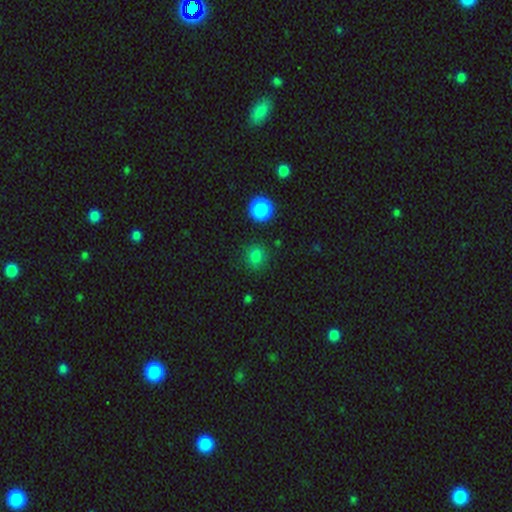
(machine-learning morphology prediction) smooth_or_featured: smooth (p=0.81) [alt: star or artifact p=0.15]
how_rounded: round (p=0.78) [alt: in between p=0.21]
merging: none (p=0.82) [alt: minor disturbance p=0.11]